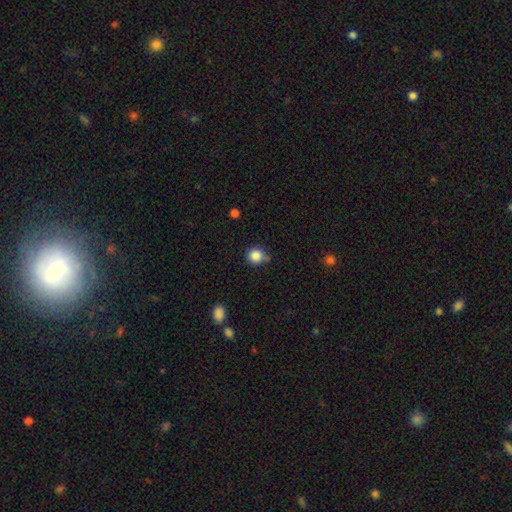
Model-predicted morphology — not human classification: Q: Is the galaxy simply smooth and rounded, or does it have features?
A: smooth — 86%.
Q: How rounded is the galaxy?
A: round — 90%.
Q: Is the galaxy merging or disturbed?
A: none — 69%.